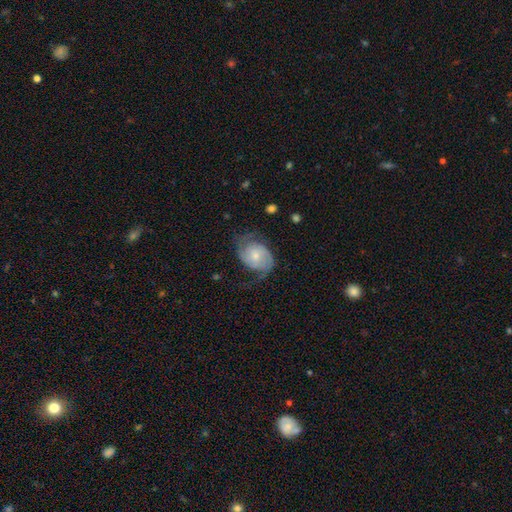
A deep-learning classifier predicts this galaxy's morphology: Q: Smooth or featured?
A: featured or disk (69%); runner-up: smooth (25%)
Q: Edge-on disk?
A: no (97%); runner-up: yes (3%)
Q: Bar?
A: no (70%); runner-up: weak (26%)
Q: Spiral arms?
A: yes (90%); runner-up: no (10%)
Q: Spiral winding?
A: medium (42%); runner-up: loose (35%)
Q: Spiral arm count?
A: 2 (83%); runner-up: can't tell (8%)
Q: Bulge size?
A: small (56%); runner-up: moderate (34%)
Q: Merging?
A: none (52%); runner-up: minor disturbance (25%)